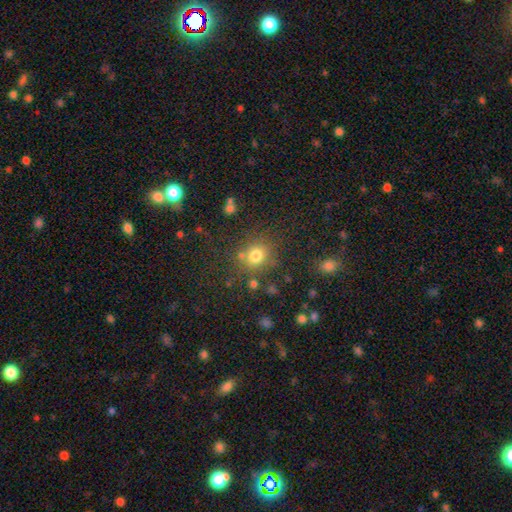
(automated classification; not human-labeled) Smooth or featured?
  - smooth: 75% *
  - star or artifact: 17%
  - featured or disk: 8%
How rounded?
  - round: 81% *
  - in between: 18%
  - cigar-shaped: 1%
Merging?
  - none: 74% *
  - minor disturbance: 12%
  - merger: 8%
  - major disturbance: 5%